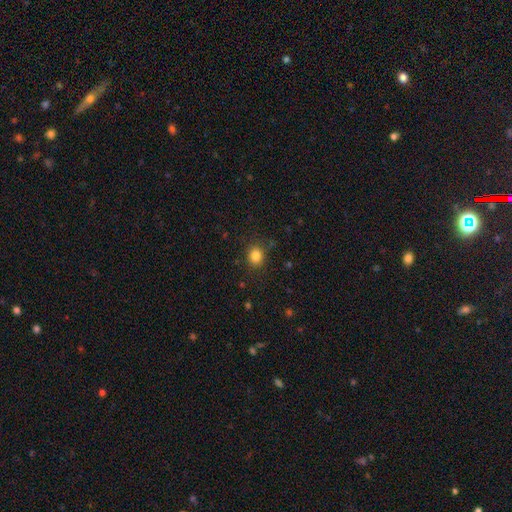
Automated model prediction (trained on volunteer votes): The model was most divided on "how rounded": round: 65%, in between: 34%, cigar-shaped: 1%. More confident: smooth or featured — smooth (83%); merging — none (83%).